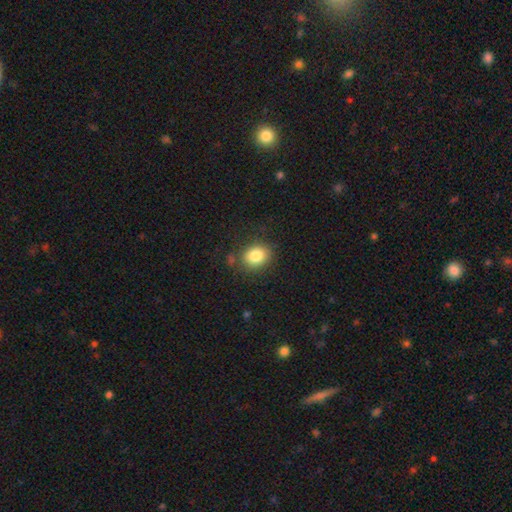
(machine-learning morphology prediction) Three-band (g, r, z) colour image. It shows a smooth galaxy with no disk features (83%) that is round (54%). Merging: none (81%).